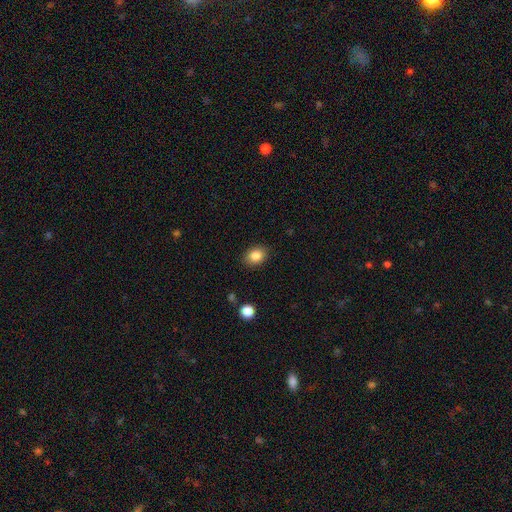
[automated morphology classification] This is clearly a smooth galaxy (85%). How rounded: likely in between (64%). Merging: clearly none (87%).